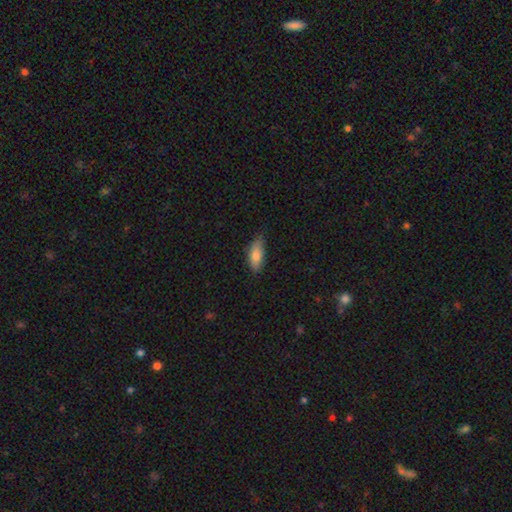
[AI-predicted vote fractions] Smooth or featured? smooth (82%)
How rounded? in between (79%)
Merging? none (70%)